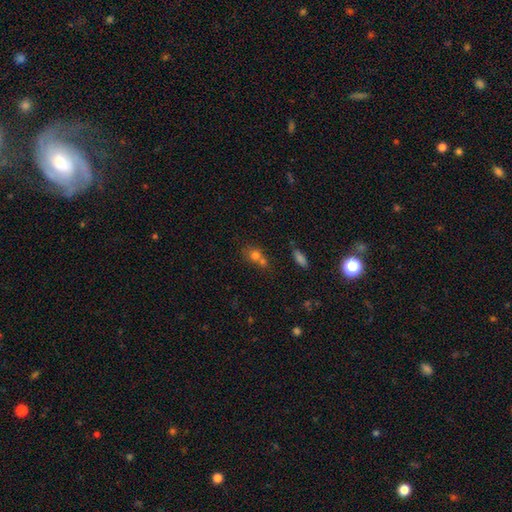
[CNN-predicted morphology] This is likely a smooth galaxy (71%). How rounded: likely round (61%). Merging: possibly merger (54%).